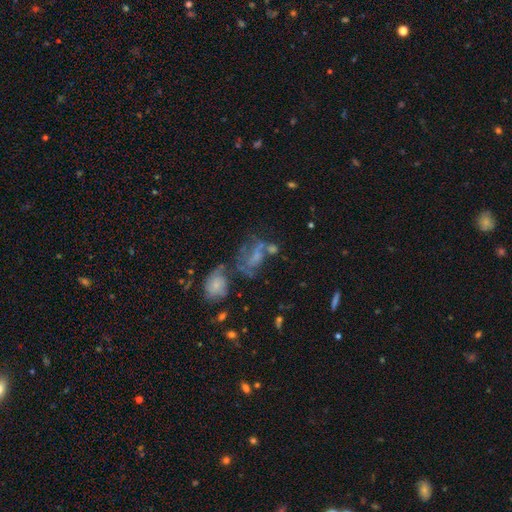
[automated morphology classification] This appears to be a featured or disk galaxy (47%). Merging: merger (30%).